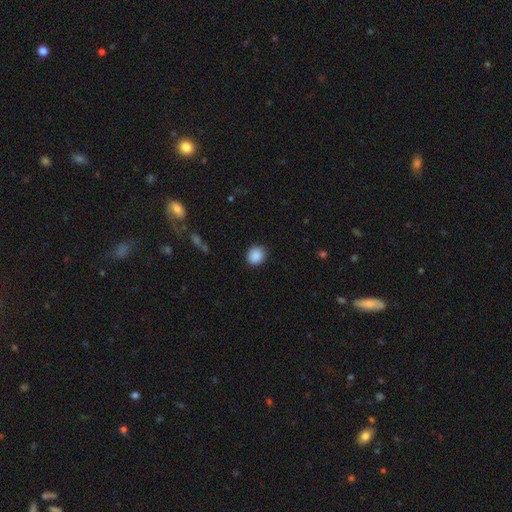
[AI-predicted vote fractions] smooth-or-featured: smooth: 89% | star or artifact: 8% | featured or disk: 3%
  how-rounded: round: 74% | in between: 25% | cigar-shaped: 1%
  merging: none: 88% | minor disturbance: 8% | major disturbance: 2% | merger: 1%